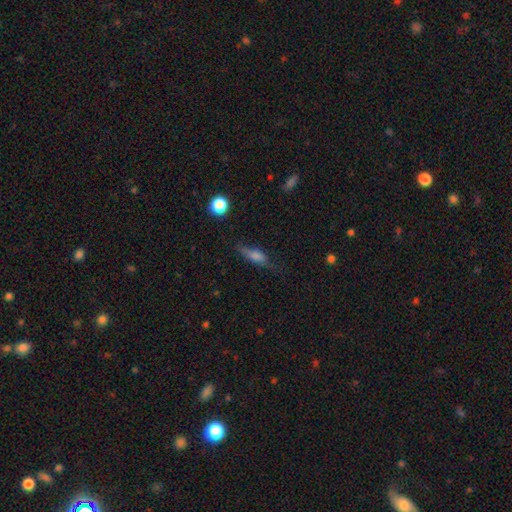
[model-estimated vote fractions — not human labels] Morphology: type=smooth (63%); roundness=cigar-shaped (50%); merging=none (64%).